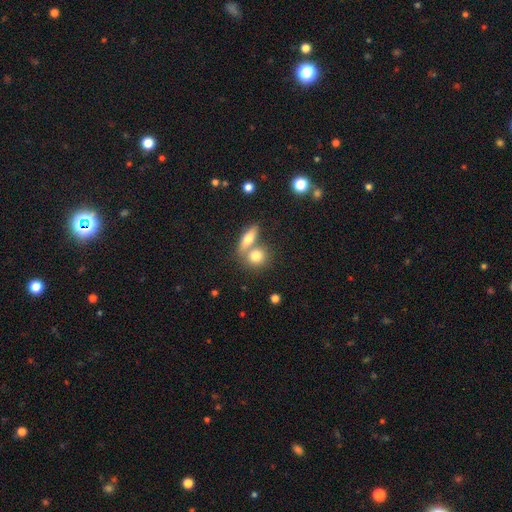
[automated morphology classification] smooth-or-featured: smooth: 75% | featured or disk: 17% | star or artifact: 7%
  how-rounded: round: 57% | in between: 35% | cigar-shaped: 7%
  merging: none: 45% | merger: 44% | minor disturbance: 8% | major disturbance: 3%